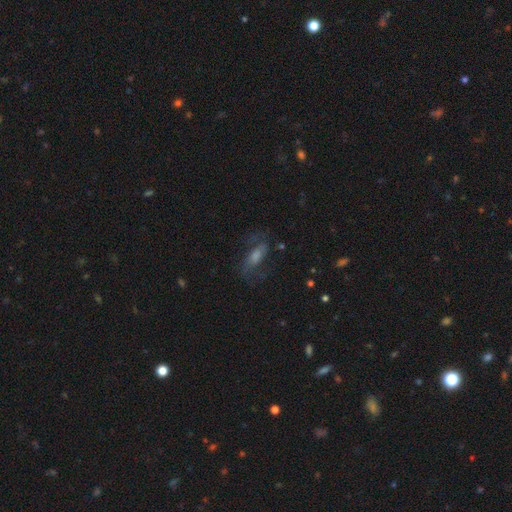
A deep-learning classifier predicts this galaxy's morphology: smooth_or_featured: featured or disk (p=0.55) [alt: smooth p=0.28]
disk_edge_on: no (p=0.86) [alt: yes p=0.14]
merging: none (p=0.66) [alt: minor disturbance p=0.17]